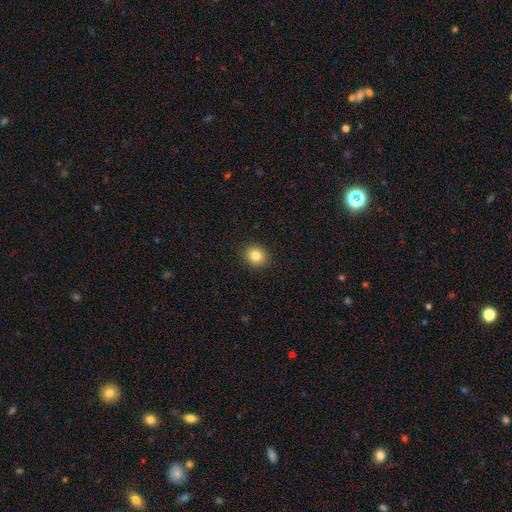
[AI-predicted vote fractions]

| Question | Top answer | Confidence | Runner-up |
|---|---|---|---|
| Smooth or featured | smooth | 83% | star or artifact (10%) |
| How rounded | round | 75% | in between (24%) |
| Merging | none | 91% | minor disturbance (6%) |